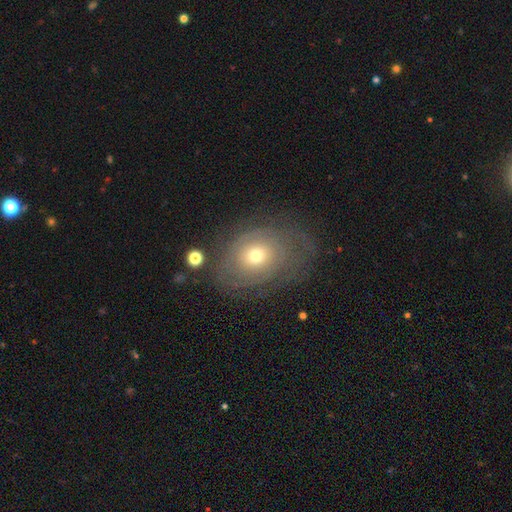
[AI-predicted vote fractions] Smooth or featured: featured or disk — 56% (smooth — 34%)
Edge-on disk: no — 94% (yes — 6%)
Bar: no — 86% (weak — 11%)
Spiral arms: yes — 65% (no — 35%)
Bulge size: moderate — 48% (small — 46%)
Merging: none — 63% (minor disturbance — 20%)